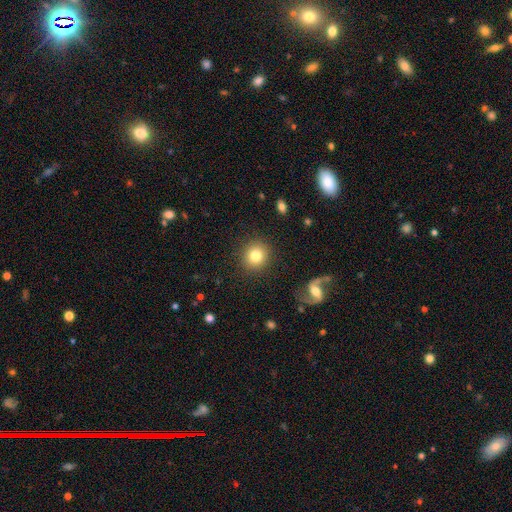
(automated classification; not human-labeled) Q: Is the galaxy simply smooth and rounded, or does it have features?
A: smooth — 79%.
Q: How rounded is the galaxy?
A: round — 88%.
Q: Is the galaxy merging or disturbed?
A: none — 89%.